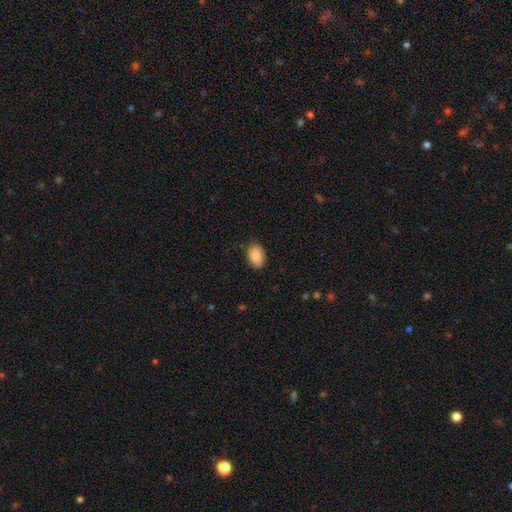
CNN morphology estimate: Q: Smooth or featured?
A: smooth (90%); runner-up: star or artifact (7%)
Q: How rounded?
A: in between (86%); runner-up: round (13%)
Q: Merging?
A: none (84%); runner-up: minor disturbance (13%)